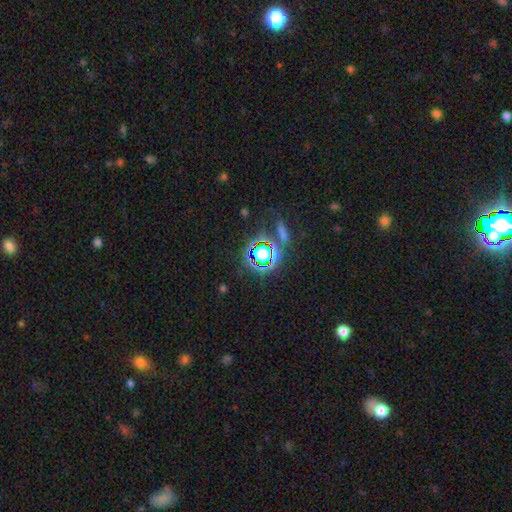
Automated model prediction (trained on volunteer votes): This appears to be a star or artifact, not a galaxy (78%).